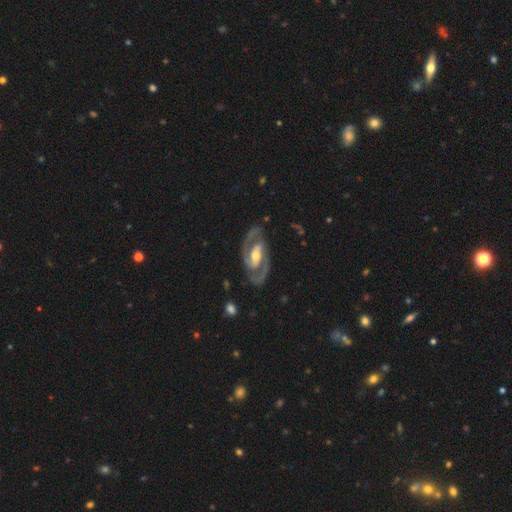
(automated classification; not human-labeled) Q: Smooth or featured?
A: featured or disk (91%); runner-up: smooth (5%)
Q: Edge-on disk?
A: no (96%); runner-up: yes (4%)
Q: Bar?
A: strong (40%); runner-up: weak (37%)
Q: Spiral arms?
A: yes (96%); runner-up: no (4%)
Q: Spiral winding?
A: medium (53%); runner-up: tight (37%)
Q: Spiral arm count?
A: 2 (93%); runner-up: can't tell (2%)
Q: Bulge size?
A: moderate (70%); runner-up: small (18%)
Q: Merging?
A: none (83%); runner-up: minor disturbance (12%)